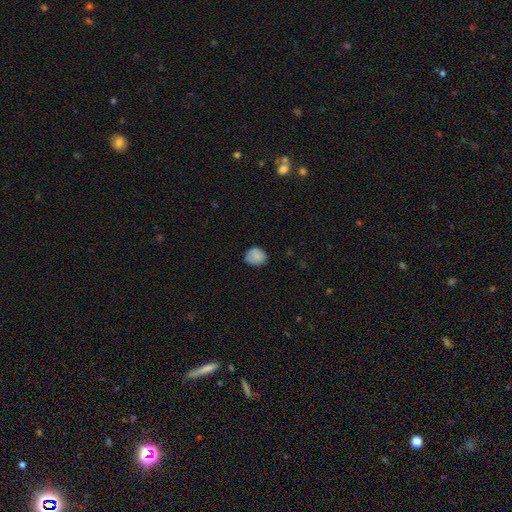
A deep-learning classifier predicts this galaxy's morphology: This is clearly a smooth galaxy (85%). How rounded: likely round (70%). Merging: likely none (76%).